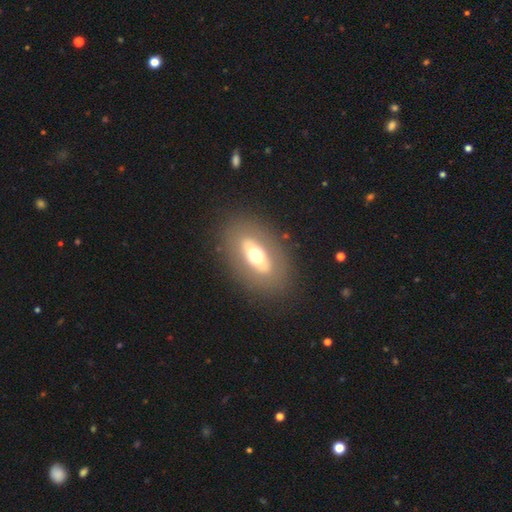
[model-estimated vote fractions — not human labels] This appears to be a featured or disk galaxy (46%, tied with smooth). Merging: none (84%).